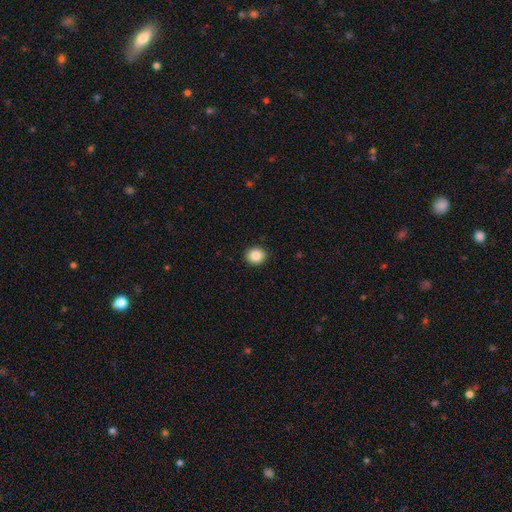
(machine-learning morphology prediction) A smooth galaxy with no disk features (86%) that is round (82%).

Vote fractions:
- Smooth or featured? smooth: 86% / star or artifact: 9% / featured or disk: 5%
- How rounded? round: 82% / in between: 17% / cigar-shaped: 1%
- Merging? none: 92% / minor disturbance: 6% / major disturbance: 2% / merger: 1%